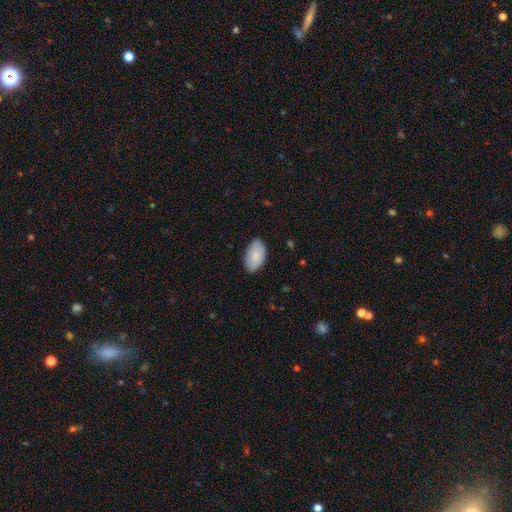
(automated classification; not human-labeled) Morphology: type=smooth (84%); roundness=in between (95%); merging=none (83%).